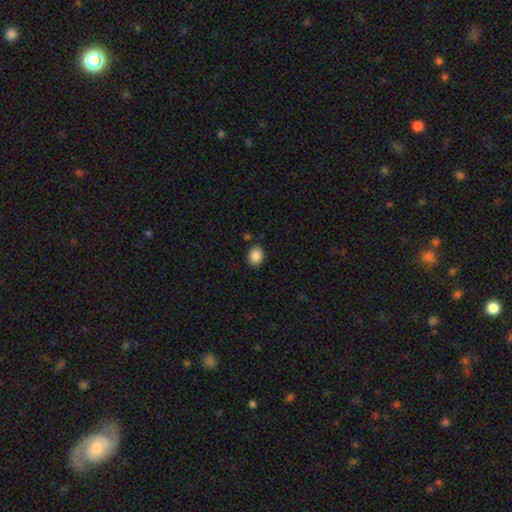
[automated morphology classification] Smooth or featured? Predicted: smooth (p=0.88). How rounded? Predicted: round (p=0.50, tied with in between). Merging? Predicted: none (p=0.85).